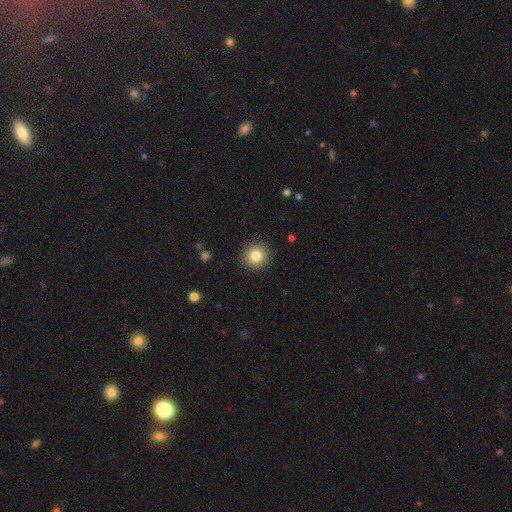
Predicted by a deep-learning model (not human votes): Smooth or featured? Predicted: smooth (p=0.83). How rounded? Predicted: round (p=0.91). Merging? Predicted: none (p=0.91).